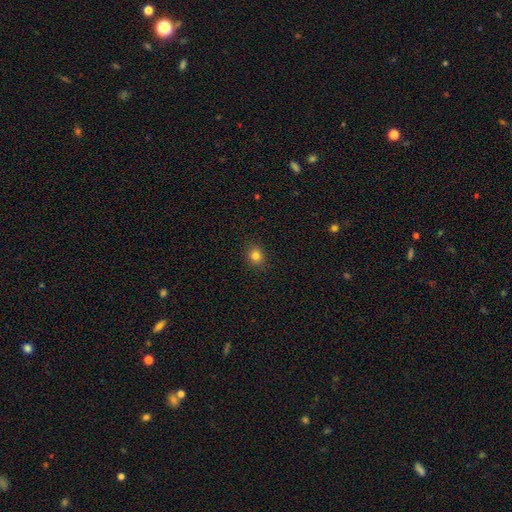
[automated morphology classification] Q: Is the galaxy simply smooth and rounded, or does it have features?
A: smooth — 81%.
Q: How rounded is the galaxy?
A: round — 71%.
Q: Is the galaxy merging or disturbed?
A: none — 90%.